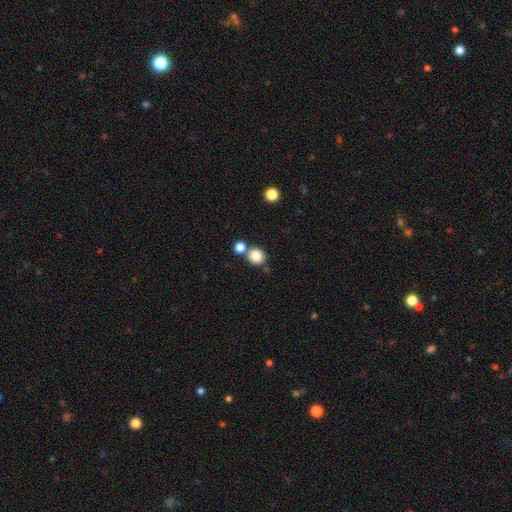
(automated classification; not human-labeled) smooth 85%, star or artifact 10%, featured or disk 5%. Down the decision tree: how rounded — round (85%); merging — none (64%).